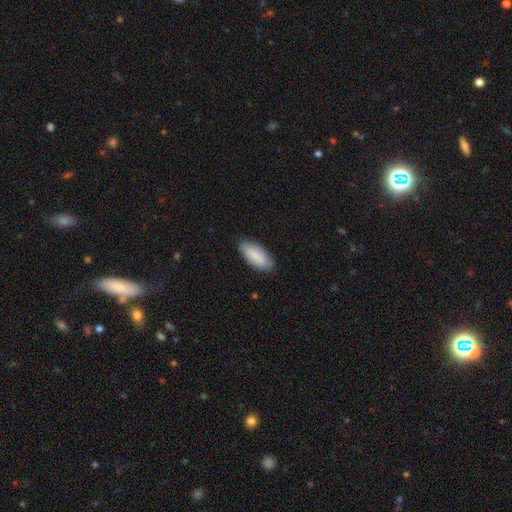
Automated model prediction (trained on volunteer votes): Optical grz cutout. It shows a smooth galaxy with no disk features (85%) that is in between round and cigar-shaped (83%). Merging: none (84%).